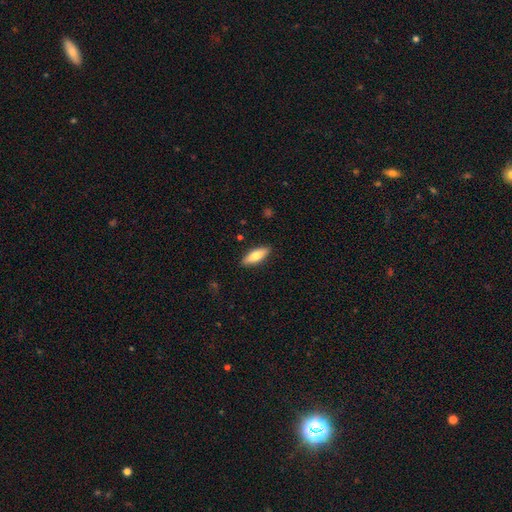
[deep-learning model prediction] Overall: smooth (69%). How rounded: in between (62%; cigar-shaped 36%). Merging: none (89%).